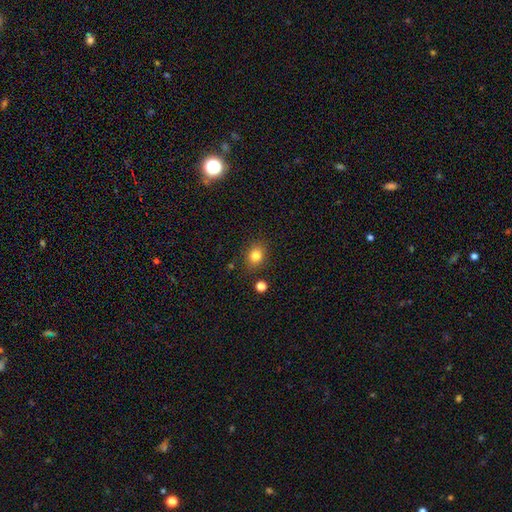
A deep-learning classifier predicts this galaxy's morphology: This appears to be a smooth galaxy with no disk features (81%) that is round (56%). Merging: none (83%).